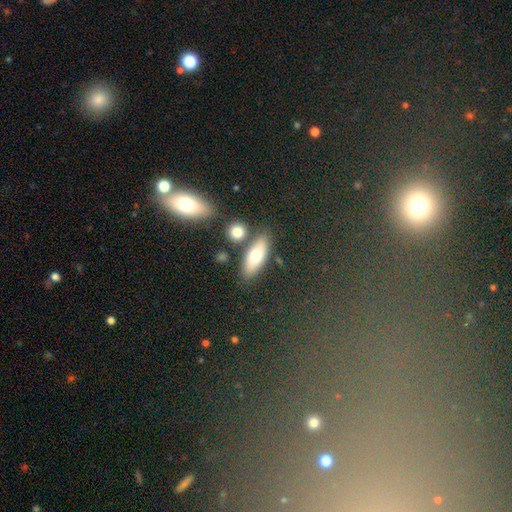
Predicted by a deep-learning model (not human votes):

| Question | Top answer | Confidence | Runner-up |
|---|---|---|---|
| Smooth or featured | smooth | 69% | featured or disk (23%) |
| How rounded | in between | 70% | cigar-shaped (25%) |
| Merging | none | 77% | minor disturbance (10%) |